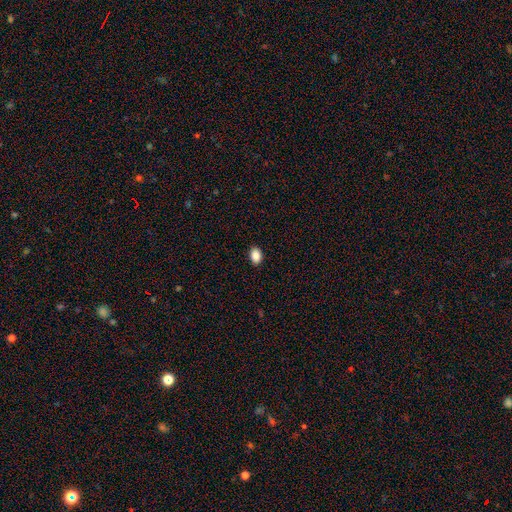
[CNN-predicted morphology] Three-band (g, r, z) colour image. It shows a smooth galaxy with no disk features (89%) that is in between round and cigar-shaped (82%). Merging: none (90%).